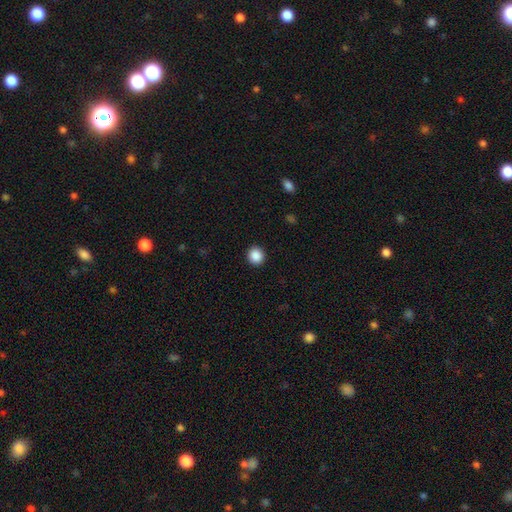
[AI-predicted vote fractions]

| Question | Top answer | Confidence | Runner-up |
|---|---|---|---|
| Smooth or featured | smooth | 88% | star or artifact (9%) |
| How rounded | round | 91% | in between (8%) |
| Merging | none | 93% | minor disturbance (5%) |